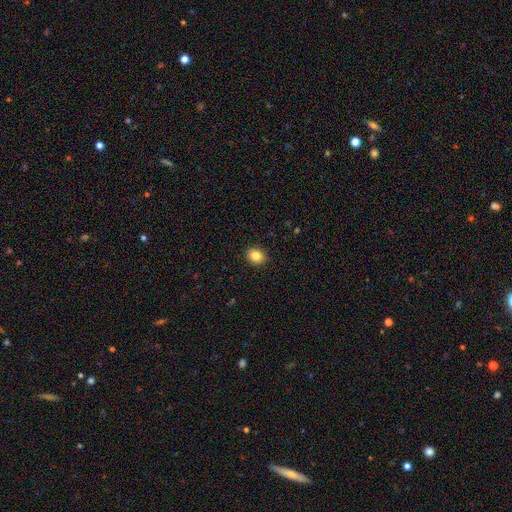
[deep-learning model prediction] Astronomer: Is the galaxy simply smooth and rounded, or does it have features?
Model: smooth — 84%.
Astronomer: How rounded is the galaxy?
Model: round — 58% (runner-up: in between, 41%).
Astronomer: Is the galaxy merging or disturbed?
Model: none — 91%.